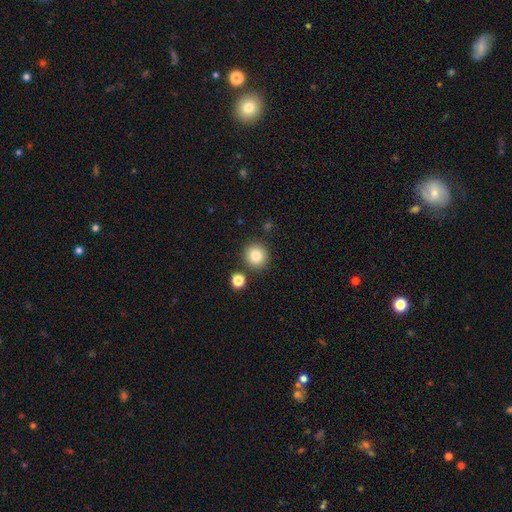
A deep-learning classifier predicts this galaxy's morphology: Smooth or featured? Predicted: smooth (p=0.83). How rounded? Predicted: round (p=0.91). Merging? Predicted: none (p=0.84).